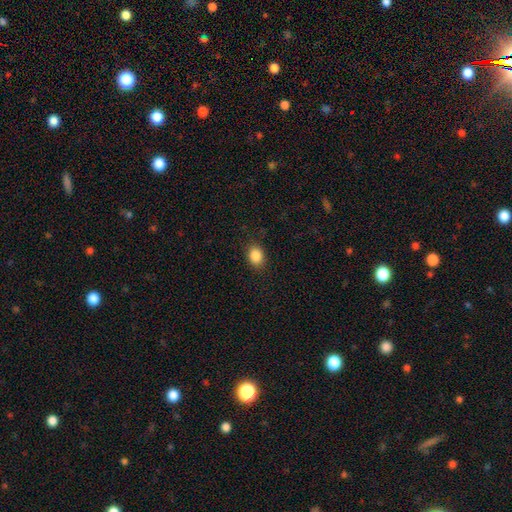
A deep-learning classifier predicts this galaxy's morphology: The model was most divided on "how rounded": in between: 58%, round: 41%, cigar-shaped: 1%. More confident: merging — none (87%); smooth or featured — smooth (87%).